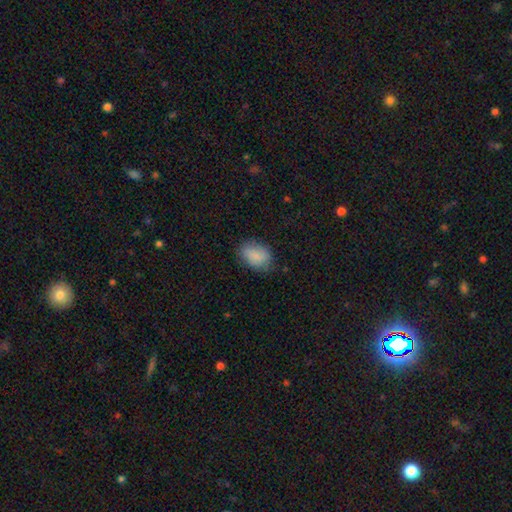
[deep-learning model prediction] Q: Smooth or featured?
A: smooth (85%); runner-up: featured or disk (8%)
Q: How rounded?
A: in between (81%); runner-up: round (17%)
Q: Merging?
A: none (74%); runner-up: minor disturbance (20%)